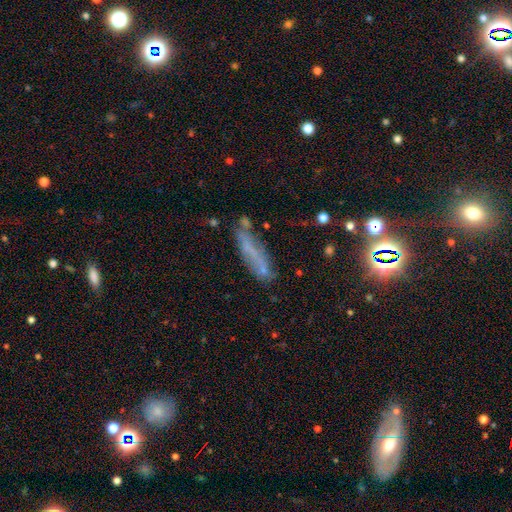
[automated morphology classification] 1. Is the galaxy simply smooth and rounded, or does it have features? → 44% smooth, 31% featured or disk, 25% star or artifact.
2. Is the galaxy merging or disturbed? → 65% none, 21% minor disturbance, 9% major disturbance, 5% merger.